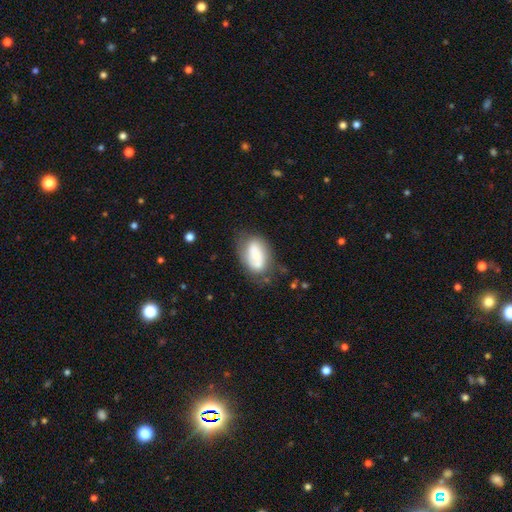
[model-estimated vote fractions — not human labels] This appears to be a smooth galaxy with no disk features (54%) that is in between round and cigar-shaped (90%). Merging: none (57%).